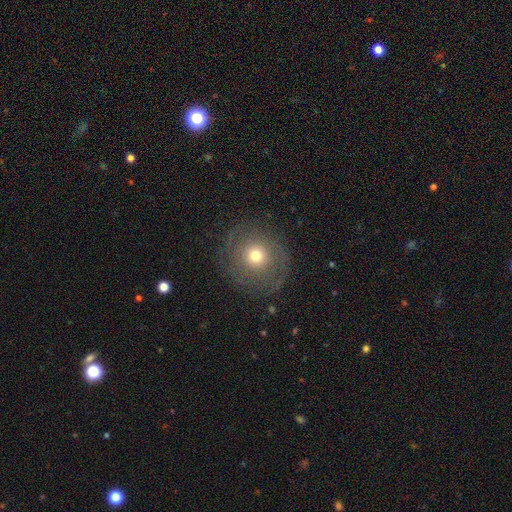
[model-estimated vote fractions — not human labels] Smooth or featured? Predicted: smooth (p=0.56). How rounded? Predicted: round (p=0.87). Merging? Predicted: none (p=0.78).